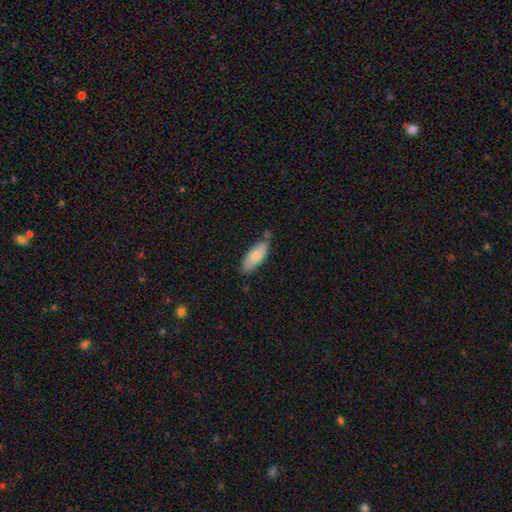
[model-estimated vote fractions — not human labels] Smooth or featured: smooth — 77% (featured or disk — 17%)
How rounded: in between — 76% (cigar-shaped — 22%)
Merging: none — 64% (minor disturbance — 26%)